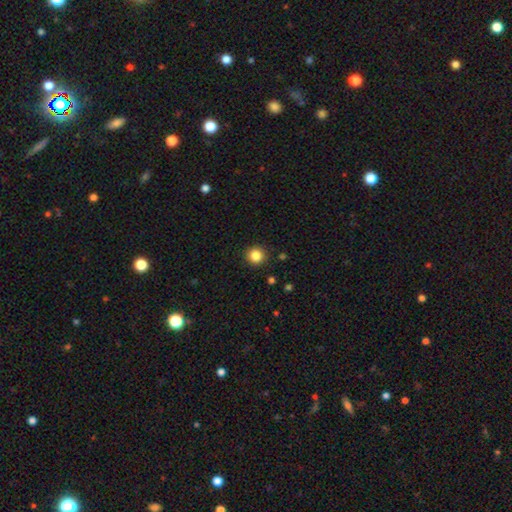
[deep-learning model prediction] Smooth or featured: smooth — 85% (star or artifact — 11%)
How rounded: round — 93% (in between — 6%)
Merging: none — 92% (minor disturbance — 5%)